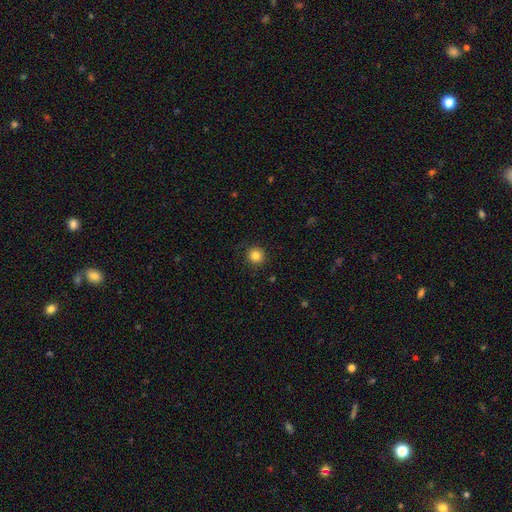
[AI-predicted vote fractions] Q: Smooth or featured?
A: smooth (83%); runner-up: star or artifact (12%)
Q: How rounded?
A: round (95%); runner-up: in between (4%)
Q: Merging?
A: none (91%); runner-up: minor disturbance (6%)